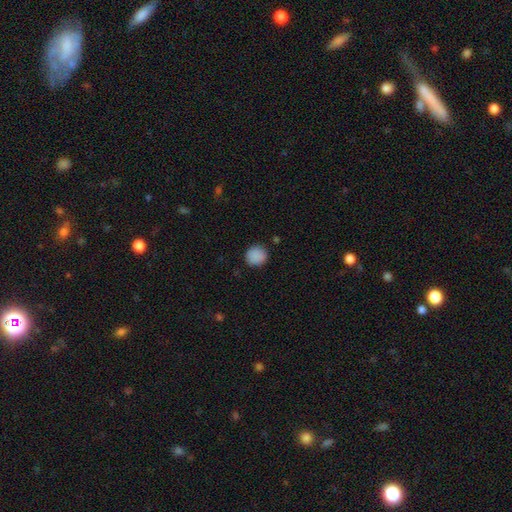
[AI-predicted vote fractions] A smooth galaxy with no disk features (88%) that is round (89%).

Vote fractions:
- Smooth or featured? smooth: 88% / star or artifact: 9% / featured or disk: 3%
- How rounded? round: 89% / in between: 10% / cigar-shaped: 1%
- Merging? none: 87% / minor disturbance: 10% / major disturbance: 2% / merger: 1%